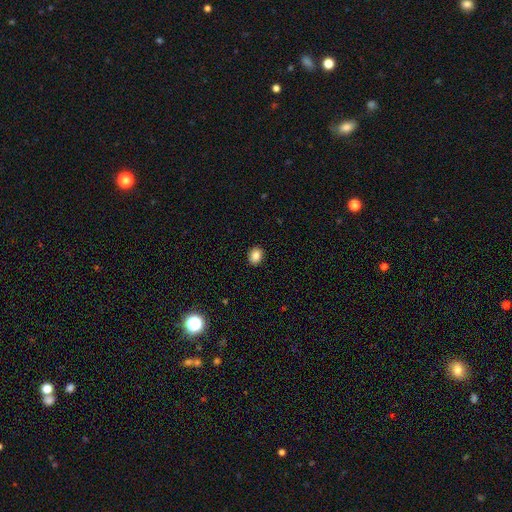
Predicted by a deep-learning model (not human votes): The model was most divided on "how rounded": in between: 55%, round: 44%, cigar-shaped: 1%. More confident: merging — none (91%); smooth or featured — smooth (85%).